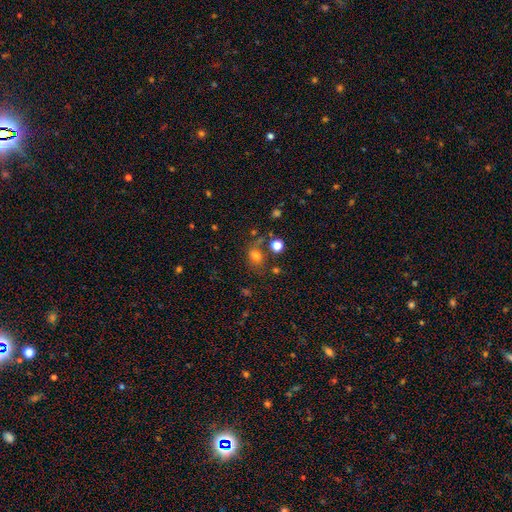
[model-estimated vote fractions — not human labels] A smooth galaxy with no disk features (73%) that is in between round and cigar-shaped (52%). Merging: none (59%).